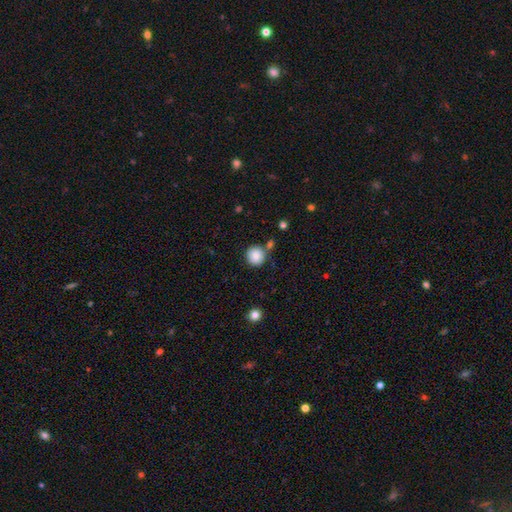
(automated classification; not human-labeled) A smooth galaxy with no disk features (86%) that is round (92%). Merging: none (79%).